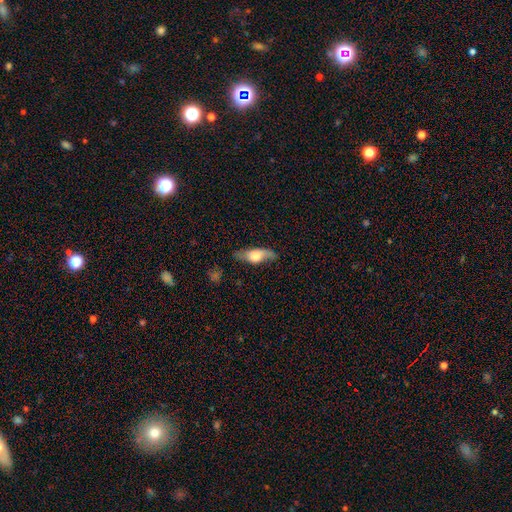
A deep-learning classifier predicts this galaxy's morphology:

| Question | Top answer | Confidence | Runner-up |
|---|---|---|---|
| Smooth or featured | smooth | 49% | featured or disk (45%) |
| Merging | none | 70% | minor disturbance (21%) |